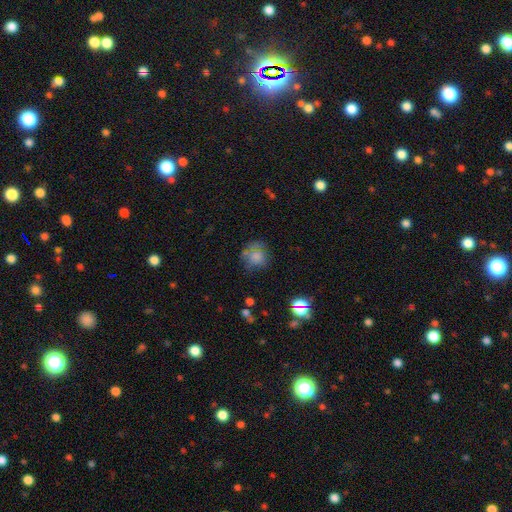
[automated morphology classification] Smooth or featured?
  - smooth: 66% *
  - featured or disk: 19%
  - star or artifact: 16%
How rounded?
  - round: 83% *
  - in between: 16%
  - cigar-shaped: 1%
Merging?
  - none: 56% *
  - minor disturbance: 24%
  - major disturbance: 15%
  - merger: 5%